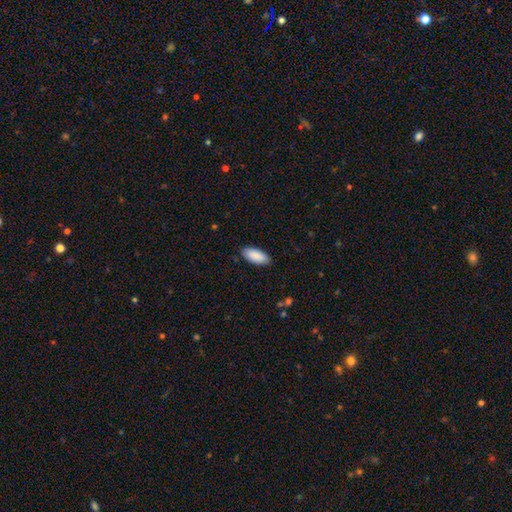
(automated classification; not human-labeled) Smooth or featured? smooth (91%)
How rounded? in between (89%)
Merging? none (88%)